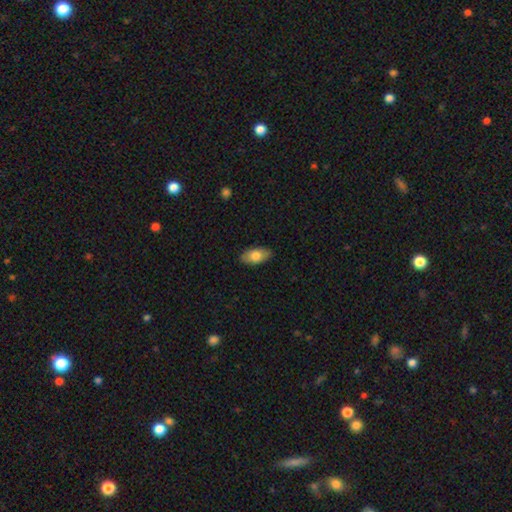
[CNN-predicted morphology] This is likely a smooth galaxy (75%). How rounded: clearly in between (93%). Merging: clearly none (86%).